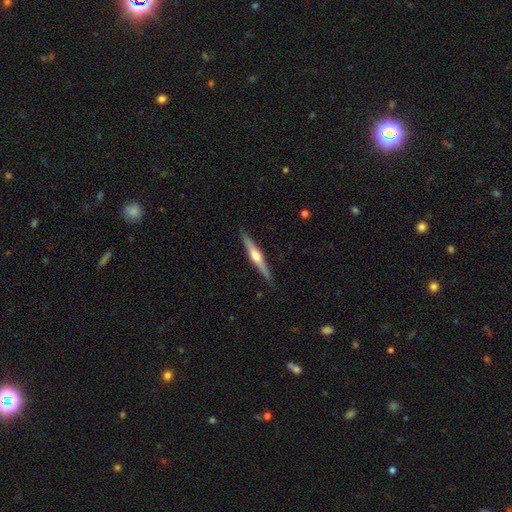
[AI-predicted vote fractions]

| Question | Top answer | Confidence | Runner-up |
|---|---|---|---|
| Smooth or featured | featured or disk | 70% | smooth (25%) |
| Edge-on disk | yes | 98% | no (2%) |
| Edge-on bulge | rounded | 91% | boxy (5%) |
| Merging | none | 88% | minor disturbance (9%) |